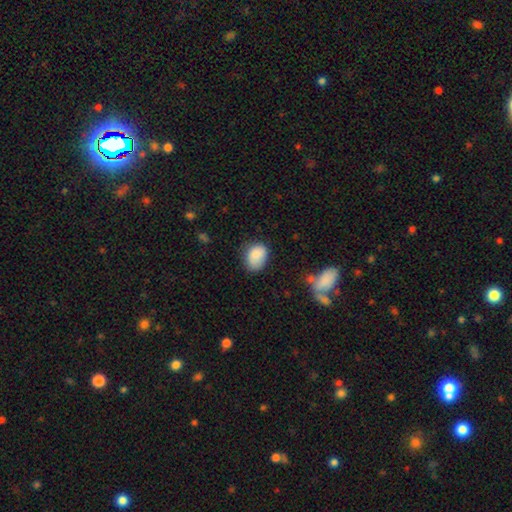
Q: Smooth or featured?
A: smooth (86%); runner-up: featured or disk (8%)
Q: How rounded?
A: in between (56%); runner-up: round (44%)
Q: Merging?
A: none (71%); runner-up: minor disturbance (17%)